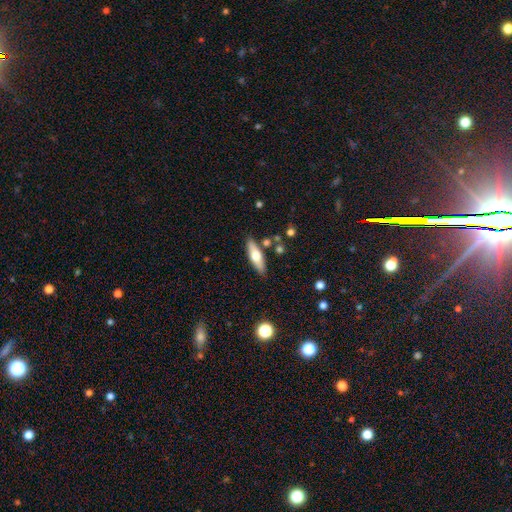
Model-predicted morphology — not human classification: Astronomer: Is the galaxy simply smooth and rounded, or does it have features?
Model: smooth — 56% (runner-up: featured or disk, 38%).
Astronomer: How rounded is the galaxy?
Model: cigar-shaped — 55% (runner-up: in between, 42%).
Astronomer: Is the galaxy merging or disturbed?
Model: none — 83%.